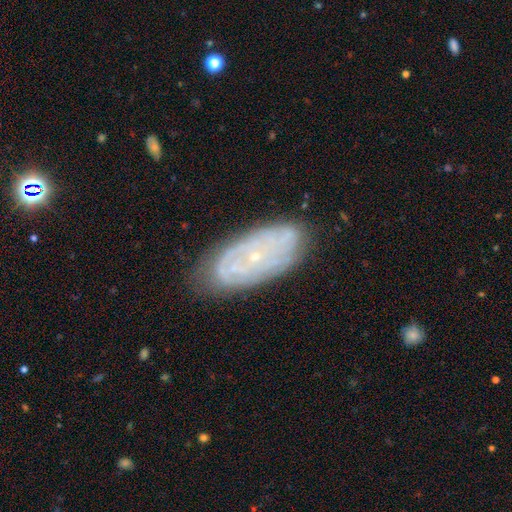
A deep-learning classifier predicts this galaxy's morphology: Smooth or featured: featured or disk — 72% (smooth — 21%)
Edge-on disk: no — 91% (yes — 9%)
Bar: no — 81% (weak — 15%)
Spiral arms: yes — 74% (no — 26%)
Bulge size: small — 83% (moderate — 13%)
Merging: none — 75% (minor disturbance — 18%)